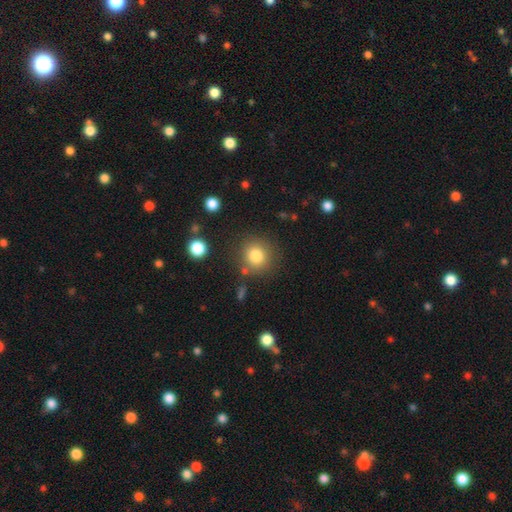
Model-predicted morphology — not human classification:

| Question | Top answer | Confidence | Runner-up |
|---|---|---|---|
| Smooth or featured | smooth | 81% | star or artifact (11%) |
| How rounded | round | 90% | in between (9%) |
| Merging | none | 81% | minor disturbance (10%) |